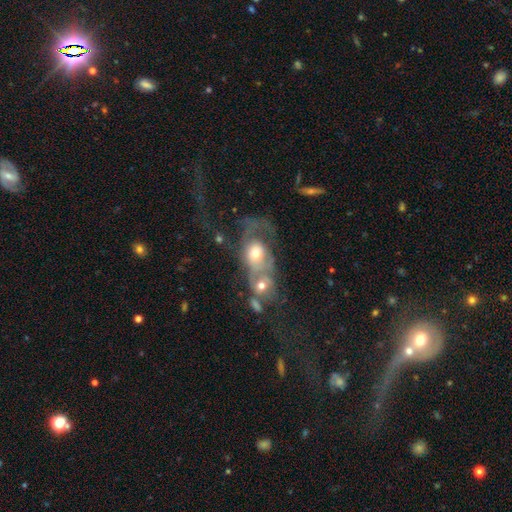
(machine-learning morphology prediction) The model was most divided on "spiral arms": yes: 52%, no: 48%. Remaining: edge-on disk — no (91%); bar — no (83%); bulge size — moderate (63%); smooth or featured — featured or disk (60%); merging — merger (49%).